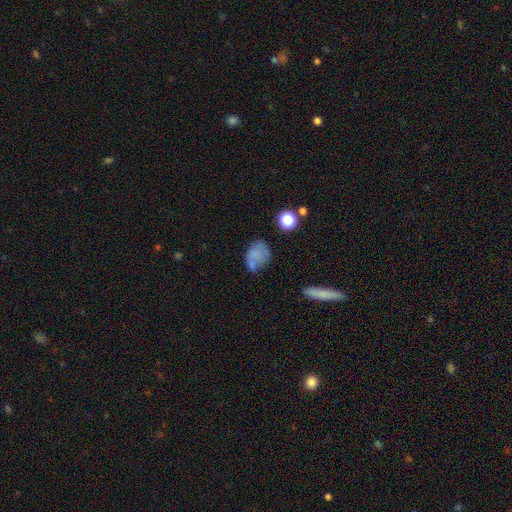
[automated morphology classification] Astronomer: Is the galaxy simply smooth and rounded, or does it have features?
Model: smooth — 64%.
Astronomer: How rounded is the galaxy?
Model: in between — 69%.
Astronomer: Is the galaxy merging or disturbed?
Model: none — 42% (runner-up: minor disturbance, 30%).